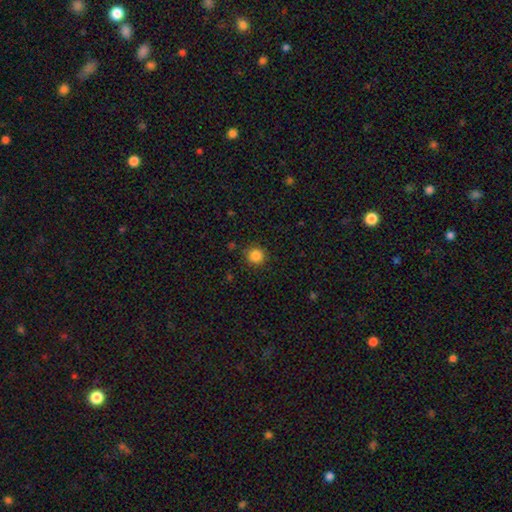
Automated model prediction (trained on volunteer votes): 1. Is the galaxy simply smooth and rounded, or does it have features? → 85% smooth, 11% star or artifact, 4% featured or disk.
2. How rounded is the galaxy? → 93% round, 6% in between, 1% cigar-shaped.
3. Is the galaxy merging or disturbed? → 88% none, 8% minor disturbance, 2% major disturbance, 1% merger.